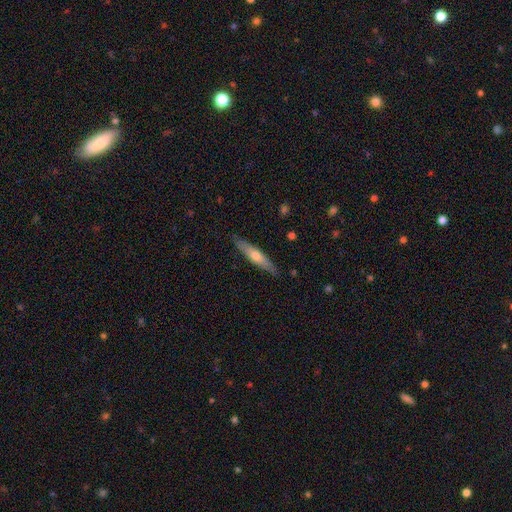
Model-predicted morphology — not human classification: This appears to be a featured or disk galaxy (50%) viewed edge-on (91%). Merging: none (88%).